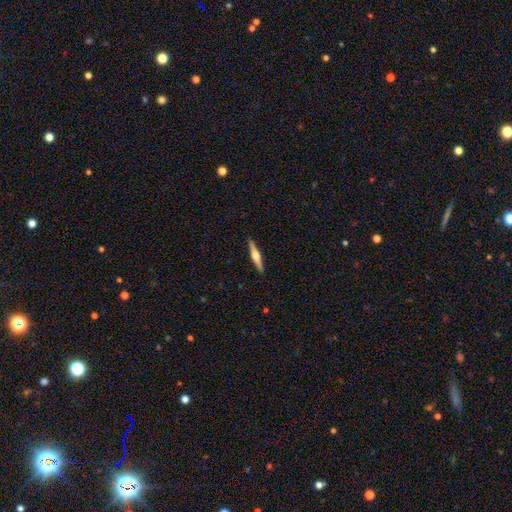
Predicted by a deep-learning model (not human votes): Smooth or featured? featured or disk (68%)
Edge-on disk? yes (98%)
Edge-on bulge? rounded (92%)
Merging? none (92%)